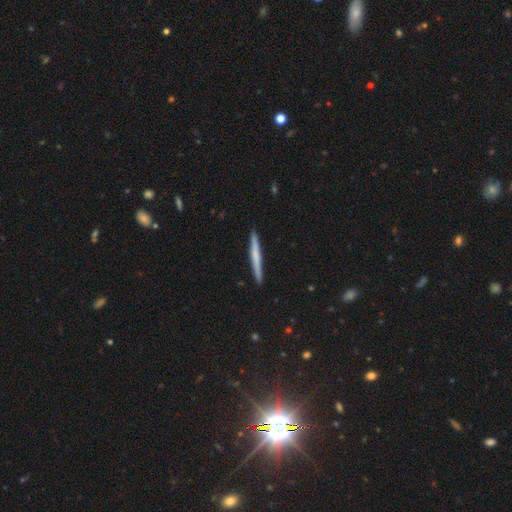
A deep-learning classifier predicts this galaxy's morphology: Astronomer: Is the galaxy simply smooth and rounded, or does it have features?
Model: smooth — 52% (runner-up: featured or disk, 42%).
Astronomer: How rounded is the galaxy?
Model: cigar-shaped — 97%.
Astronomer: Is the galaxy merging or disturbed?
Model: none — 92%.